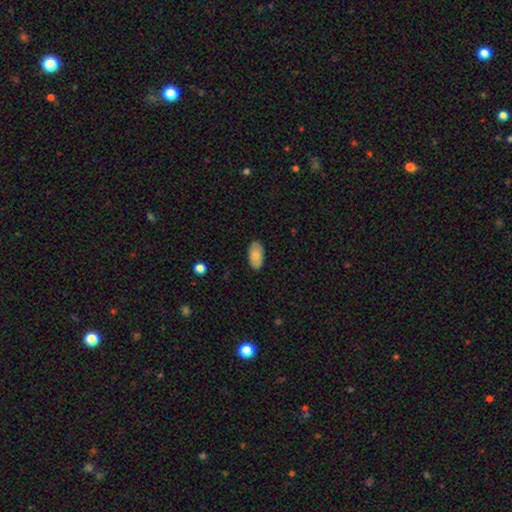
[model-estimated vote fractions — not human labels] smooth-or-featured: smooth: 79% | featured or disk: 15% | star or artifact: 6%
  how-rounded: in between: 94% | round: 3% | cigar-shaped: 3%
  merging: none: 87% | minor disturbance: 10% | major disturbance: 2% | merger: 1%